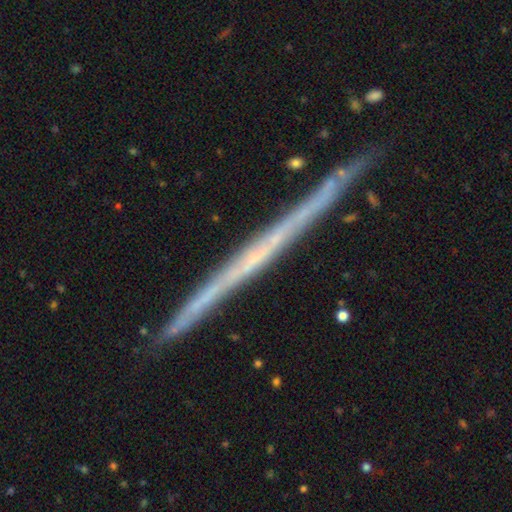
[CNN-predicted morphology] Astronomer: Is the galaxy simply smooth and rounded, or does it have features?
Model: featured or disk — 73%.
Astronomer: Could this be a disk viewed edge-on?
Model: yes — 98%.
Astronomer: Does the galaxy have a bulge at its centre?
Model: none — 84%.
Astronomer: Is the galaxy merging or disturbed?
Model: none — 89%.